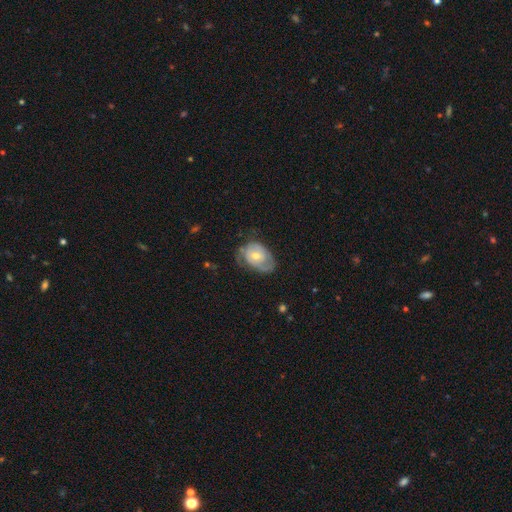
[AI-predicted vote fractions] Smooth or featured? Predicted: featured or disk (p=0.65). Edge-on disk? Predicted: no (p=0.96). Bar? Predicted: no (p=0.74). Spiral arms? Predicted: yes (p=0.76). Bulge size? Predicted: moderate (p=0.57). Merging? Predicted: none (p=0.55).